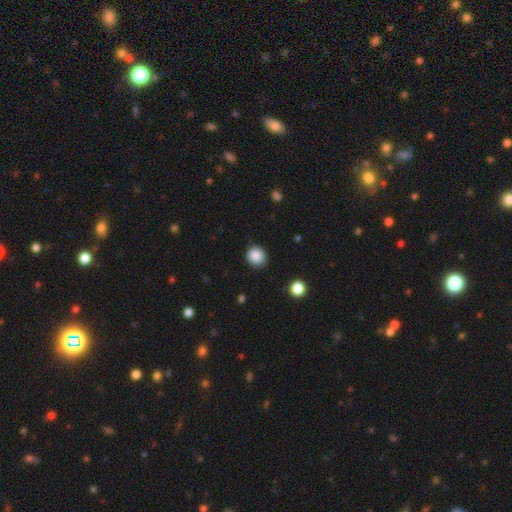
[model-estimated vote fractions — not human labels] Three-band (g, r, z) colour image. It shows a smooth galaxy with no disk features (87%) that is round (88%). Merging: none (88%).